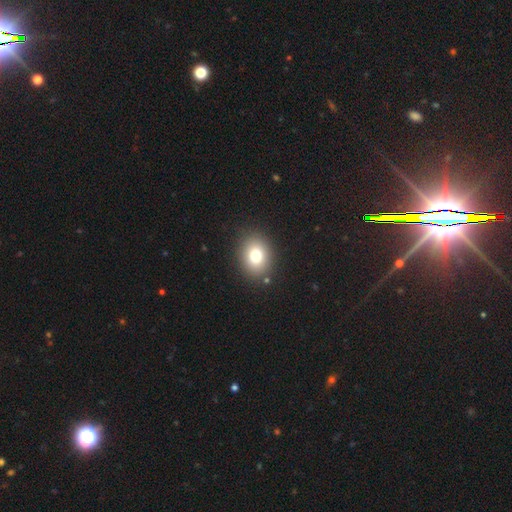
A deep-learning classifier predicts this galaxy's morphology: Q: Smooth or featured?
A: smooth (77%); runner-up: star or artifact (12%)
Q: How rounded?
A: in between (50%); runner-up: round (49%)
Q: Merging?
A: none (88%); runner-up: minor disturbance (7%)